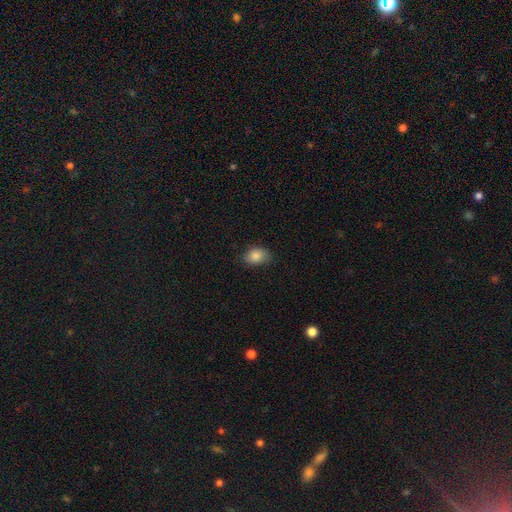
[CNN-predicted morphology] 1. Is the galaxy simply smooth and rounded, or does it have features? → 85% smooth, 9% star or artifact, 6% featured or disk.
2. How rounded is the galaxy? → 75% in between, 23% round, 1% cigar-shaped.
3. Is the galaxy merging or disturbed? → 76% none, 20% minor disturbance, 4% major disturbance, 1% merger.